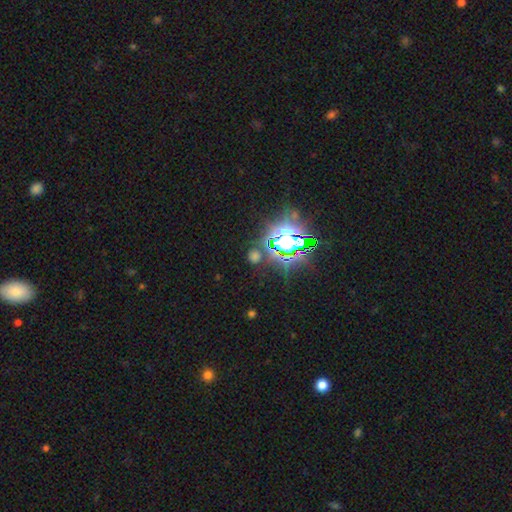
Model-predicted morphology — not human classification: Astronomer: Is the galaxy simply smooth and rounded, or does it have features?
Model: star or artifact — 57% (runner-up: smooth, 34%).